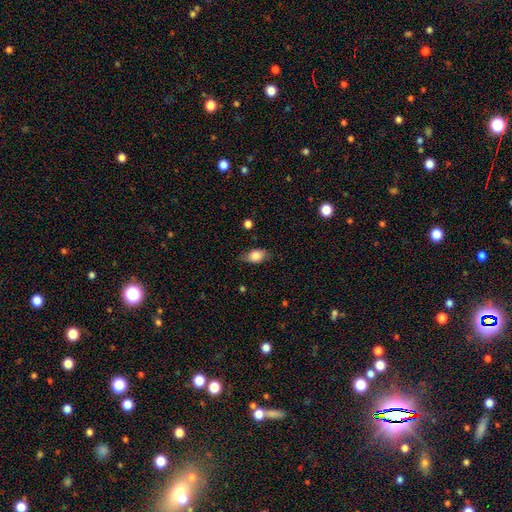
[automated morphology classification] This appears to be a smooth galaxy with no disk features (81%) that is in between round and cigar-shaped (83%). Merging: none (73%).